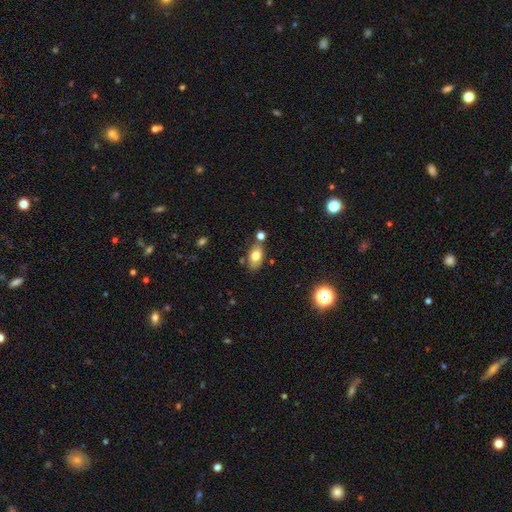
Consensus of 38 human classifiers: This appears to be a smooth galaxy with no disk features (76%) that is in between round and cigar-shaped (97%). Merging: none (63%).